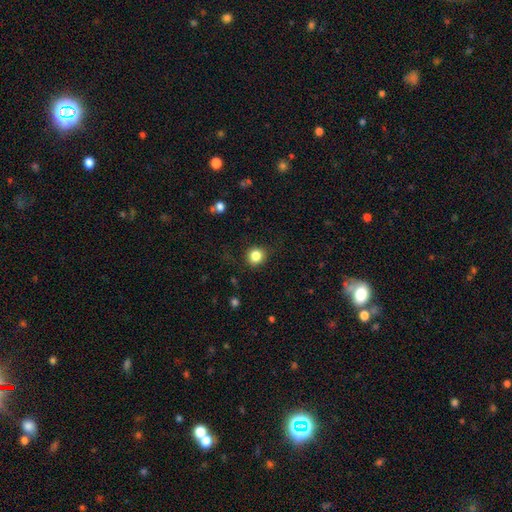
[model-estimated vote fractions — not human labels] A smooth galaxy with no disk features (84%) that is round (86%).

Vote fractions:
- Smooth or featured? smooth: 84% / star or artifact: 11% / featured or disk: 5%
- How rounded? round: 86% / in between: 13% / cigar-shaped: 1%
- Merging? none: 85% / minor disturbance: 11% / major disturbance: 4% / merger: 1%